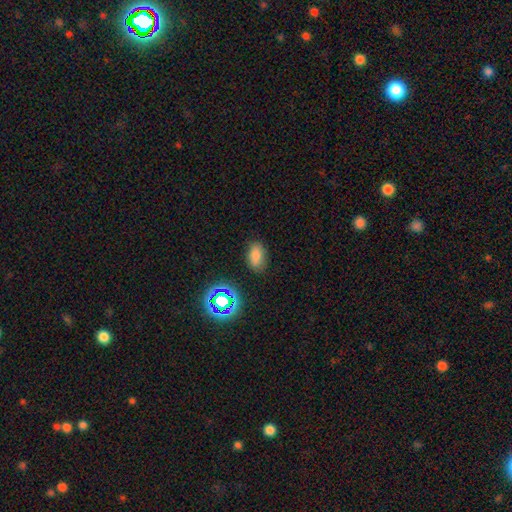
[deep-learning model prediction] Morphology: type=smooth (77%); roundness=in between (89%); merging=none (80%).